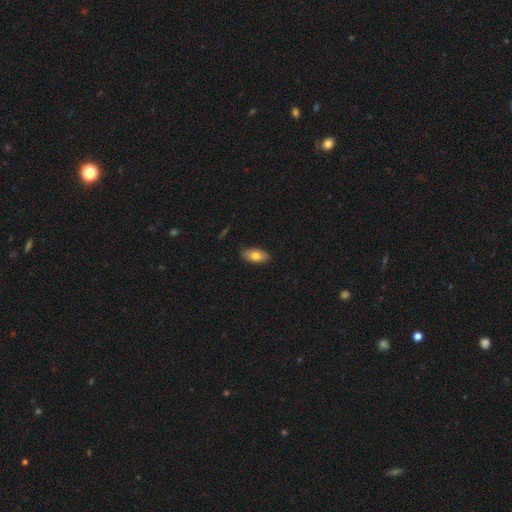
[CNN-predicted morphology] Smooth or featured: smooth — 73% (featured or disk — 20%)
How rounded: in between — 92% (cigar-shaped — 4%)
Merging: none — 85% (minor disturbance — 12%)